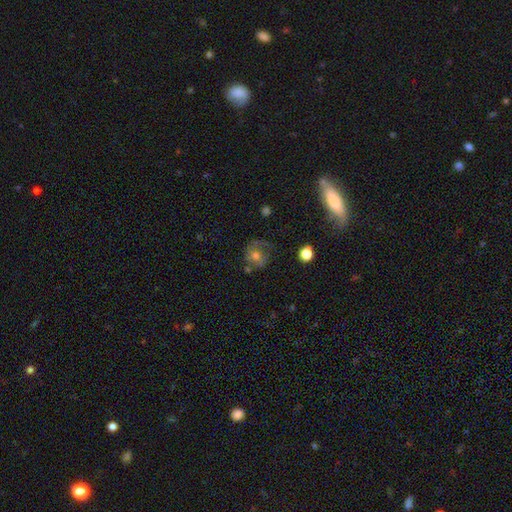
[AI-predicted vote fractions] This appears to be a smooth galaxy with no disk features (53%) that is round (77%). Merging: none (46%).